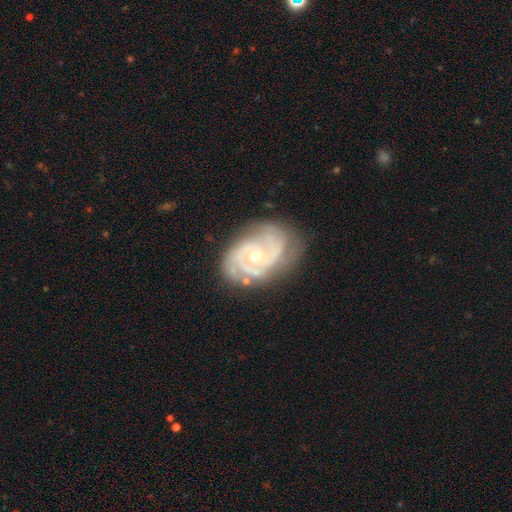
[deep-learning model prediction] Morphology: type=featured or disk (88%); edge-on=no (97%); bar=no (69%); spiral arms=yes (96%); winding=tight (60%); arm count=2 (46%); bulge=moderate (52%); merging=none (70%).